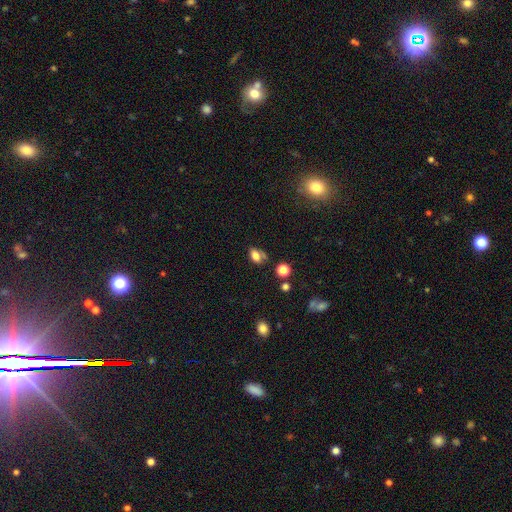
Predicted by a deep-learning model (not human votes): This is likely a smooth galaxy (75%). How rounded: clearly in between (82%). Merging: possibly none (56%).